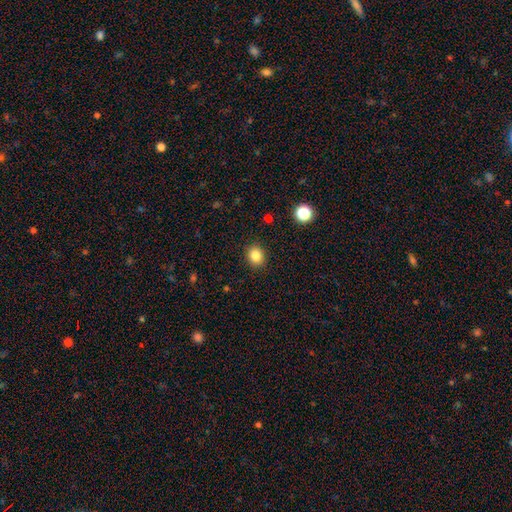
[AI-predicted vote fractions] Smooth or featured: smooth — 83% (star or artifact — 11%)
How rounded: round — 64% (in between — 36%)
Merging: none — 90% (minor disturbance — 7%)